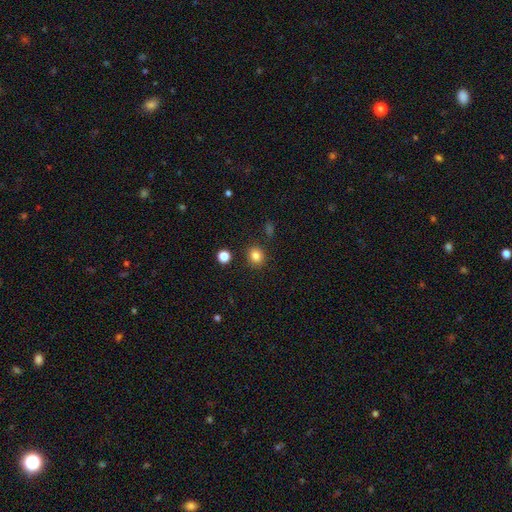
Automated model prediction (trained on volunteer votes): Smooth or featured?
  - smooth: 83% *
  - star or artifact: 12%
  - featured or disk: 5%
How rounded?
  - round: 81% *
  - in between: 18%
  - cigar-shaped: 1%
Merging?
  - none: 88% *
  - minor disturbance: 7%
  - merger: 3%
  - major disturbance: 2%